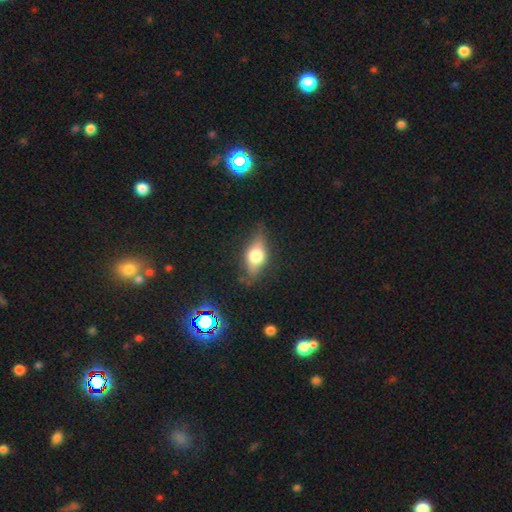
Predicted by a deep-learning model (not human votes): smooth 54%, featured or disk 36%, star or artifact 10%. Down the decision tree: how rounded — in between (74%); merging — none (72%).